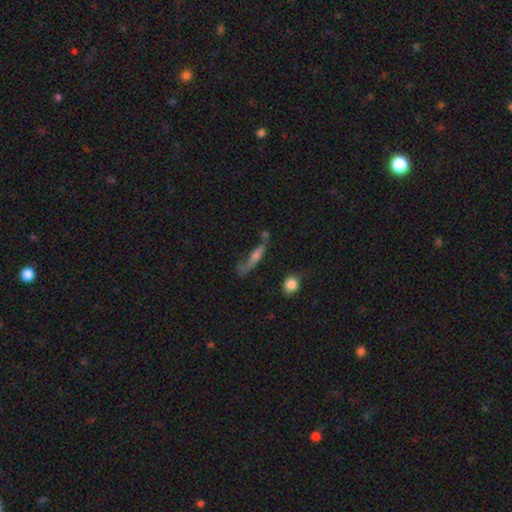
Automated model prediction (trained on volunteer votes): smooth 49%, featured or disk 39%, star or artifact 12%. Down the decision tree: merging — none (45%).